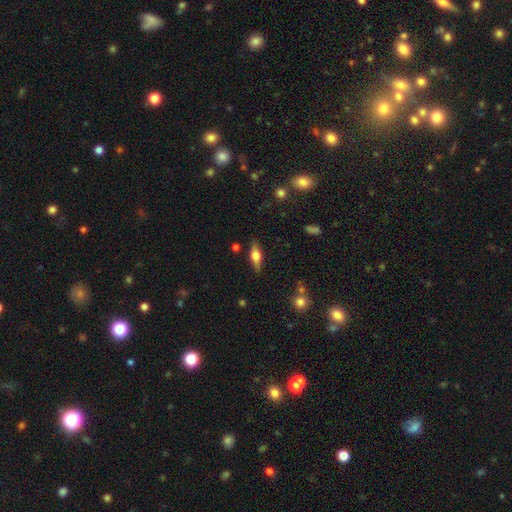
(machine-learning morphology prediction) Smooth or featured? Predicted: featured or disk (p=0.48). Merging? Predicted: none (p=0.84).